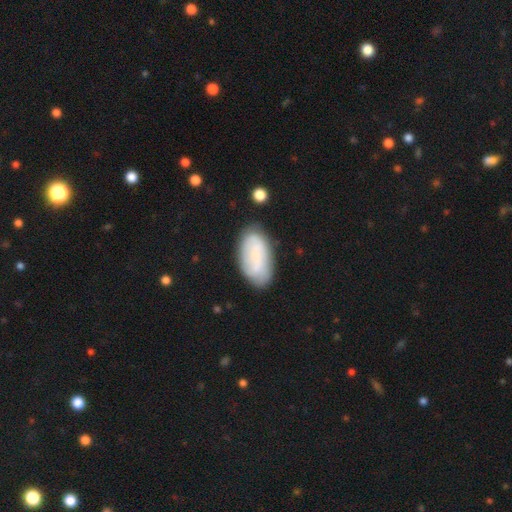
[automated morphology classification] The model was most divided on "smooth or featured": smooth: 62%, featured or disk: 31%, star or artifact: 8%. More confident: how rounded — in between (94%); merging — none (75%).